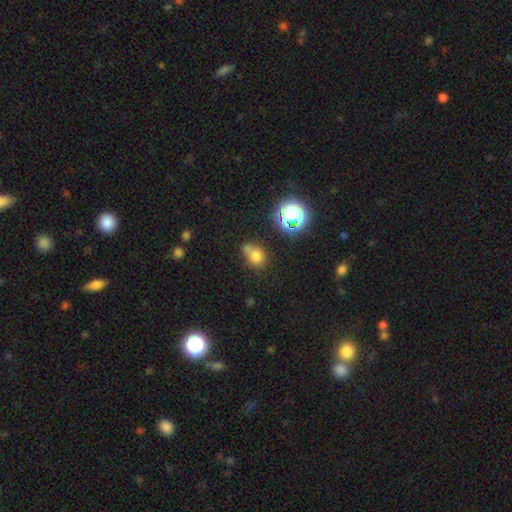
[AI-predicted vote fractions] This appears to be a smooth galaxy with no disk features (70%) that is round (60%). Merging: none (47%).